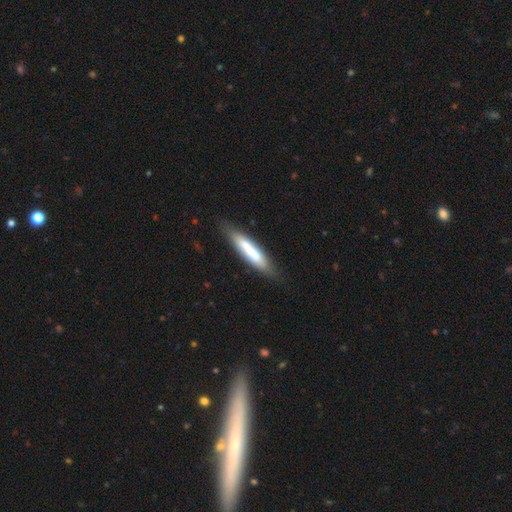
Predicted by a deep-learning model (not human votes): Smooth or featured? smooth (61%)
How rounded? cigar-shaped (82%)
Merging? none (73%)